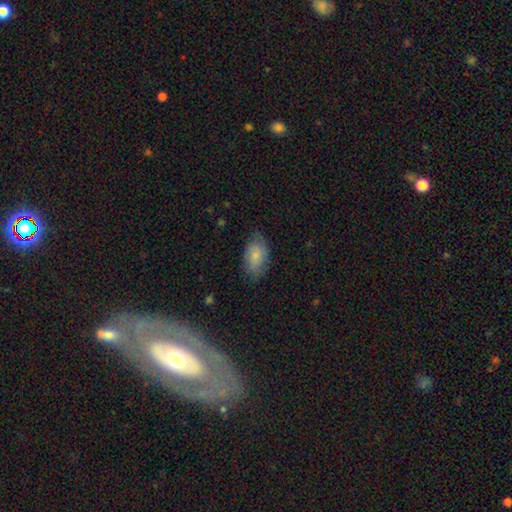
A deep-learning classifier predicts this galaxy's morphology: Smooth or featured? Predicted: smooth (p=0.79). How rounded? Predicted: in between (p=0.91). Merging? Predicted: none (p=0.73).